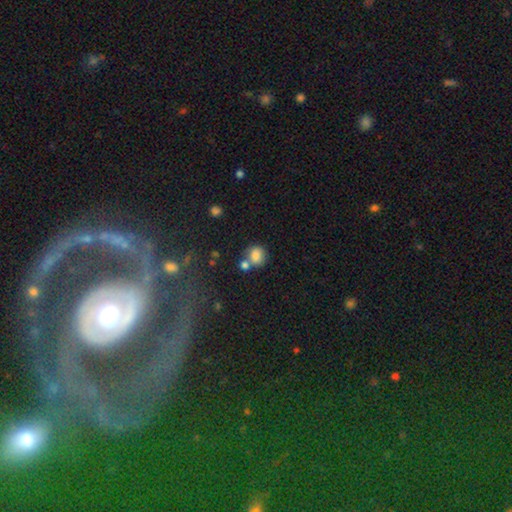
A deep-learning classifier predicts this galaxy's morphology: This appears to be a smooth galaxy with no disk features (81%) that is round (70%). Merging: none (51%).